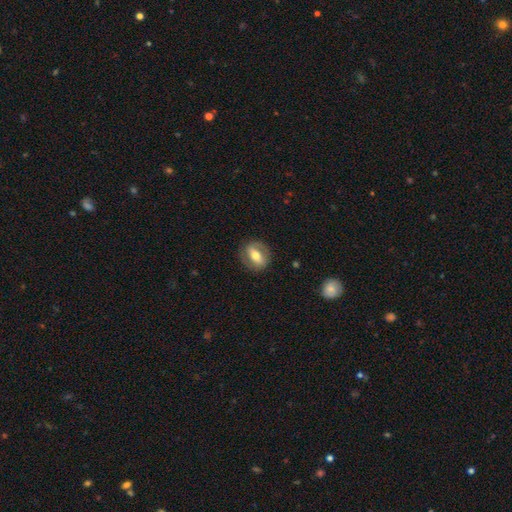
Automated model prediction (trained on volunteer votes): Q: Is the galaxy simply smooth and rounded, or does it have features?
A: featured or disk — 54%.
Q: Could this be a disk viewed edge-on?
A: no — 86%.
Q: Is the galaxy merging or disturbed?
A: none — 81%.